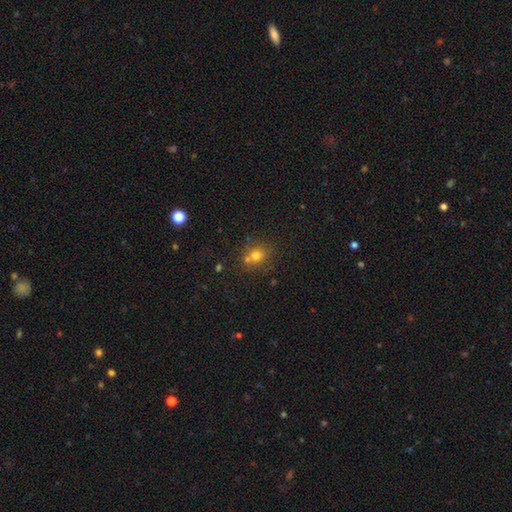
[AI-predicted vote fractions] Overall: smooth (73%). How rounded: round (76%). Merging: none (62%; merger 23%).